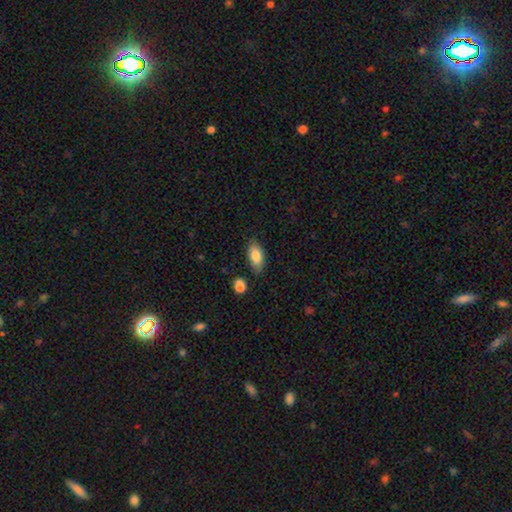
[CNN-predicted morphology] This appears to be a smooth galaxy with no disk features (84%) that is in between round and cigar-shaped (90%). Merging: none (78%).